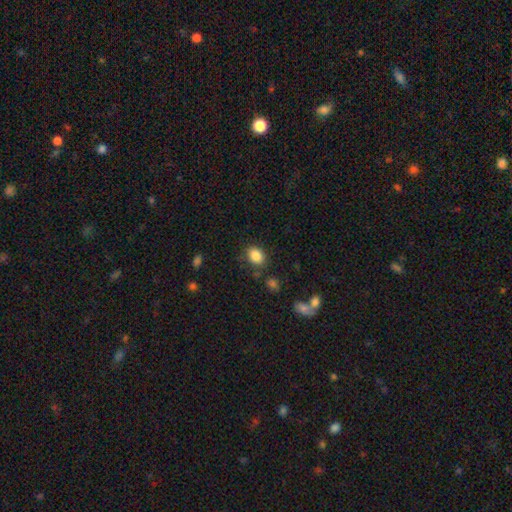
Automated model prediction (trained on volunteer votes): This appears to be a smooth galaxy with no disk features (86%) that is in between round and cigar-shaped (61%). Merging: none (79%).